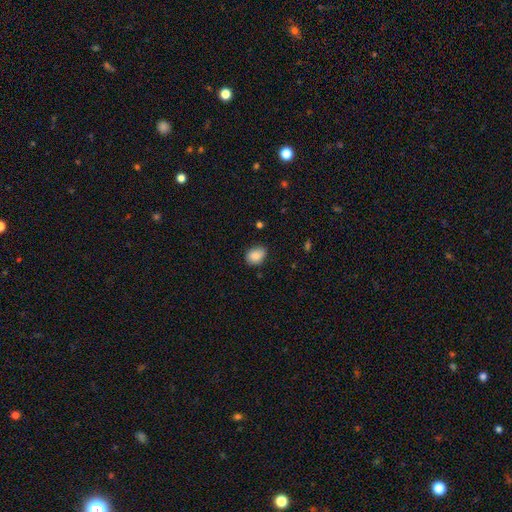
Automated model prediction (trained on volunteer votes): Smooth or featured: smooth — 86% (star or artifact — 8%)
How rounded: in between — 67% (round — 32%)
Merging: none — 77% (minor disturbance — 19%)